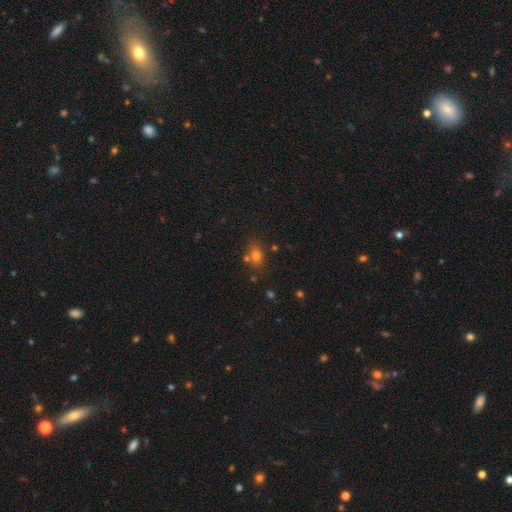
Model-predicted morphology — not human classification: A smooth galaxy with no disk features (69%) that is in between round and cigar-shaped (64%).

Vote fractions:
- Smooth or featured? smooth: 69% / star or artifact: 19% / featured or disk: 12%
- How rounded? in between: 64% / round: 33% / cigar-shaped: 3%
- Merging? none: 65% / merger: 17% / minor disturbance: 13% / major disturbance: 4%